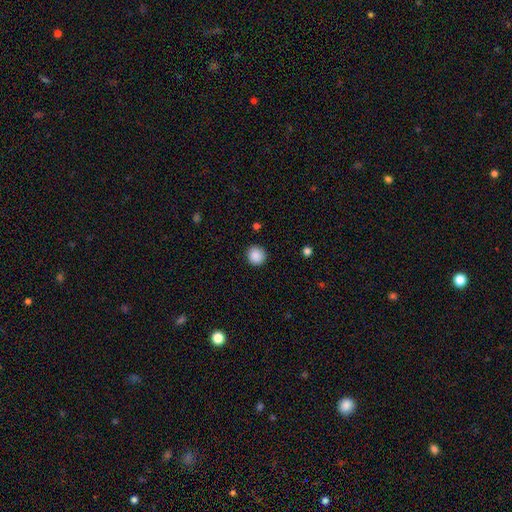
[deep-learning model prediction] smooth-or-featured: smooth: 88% | star or artifact: 9% | featured or disk: 3%
  how-rounded: round: 92% | in between: 7% | cigar-shaped: 1%
  merging: none: 90% | minor disturbance: 7% | major disturbance: 2% | merger: 1%